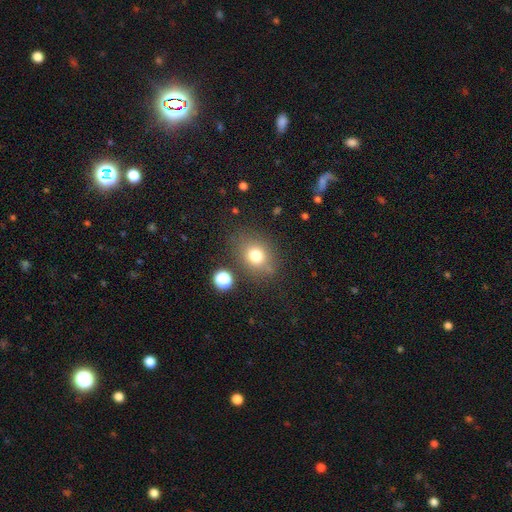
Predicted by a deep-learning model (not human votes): Smooth or featured? Predicted: smooth (p=0.76). How rounded? Predicted: round (p=0.59). Merging? Predicted: none (p=0.74).